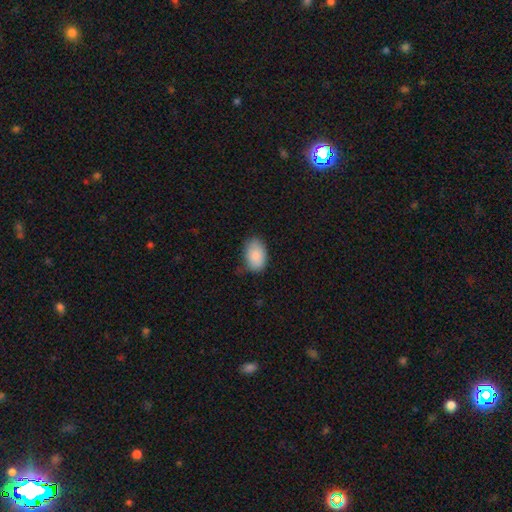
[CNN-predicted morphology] This is clearly a smooth galaxy (88%). How rounded: clearly in between (90%). Merging: likely none (72%).